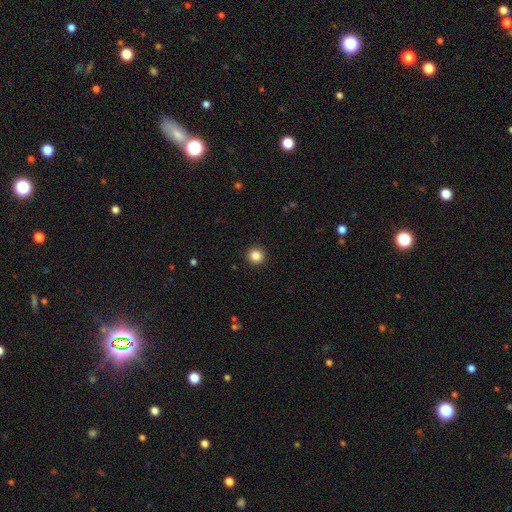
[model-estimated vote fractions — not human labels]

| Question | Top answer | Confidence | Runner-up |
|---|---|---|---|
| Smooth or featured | smooth | 86% | star or artifact (11%) |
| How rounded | round | 94% | in between (5%) |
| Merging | none | 93% | minor disturbance (5%) |